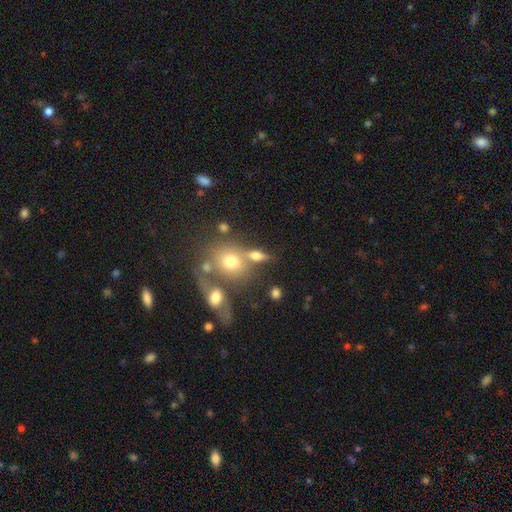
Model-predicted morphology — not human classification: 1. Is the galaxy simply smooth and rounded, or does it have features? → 59% smooth, 28% featured or disk, 14% star or artifact.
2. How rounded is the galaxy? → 53% in between, 31% round, 16% cigar-shaped.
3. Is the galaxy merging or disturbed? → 54% none, 27% merger, 12% minor disturbance, 7% major disturbance.